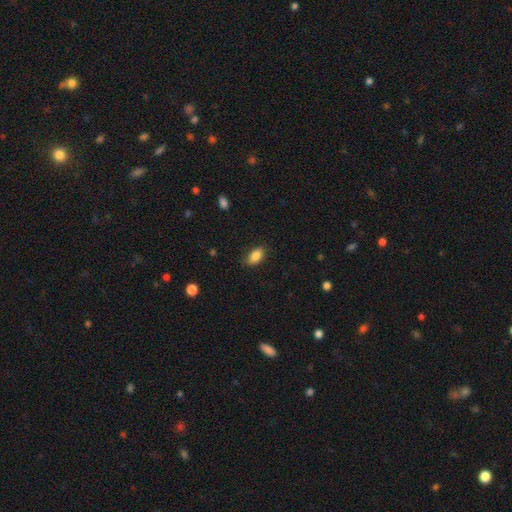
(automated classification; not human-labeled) The model was most divided on "merging": none: 81%, minor disturbance: 15%, major disturbance: 3%, merger: 1%. More confident: how rounded — in between (89%); smooth or featured — smooth (86%).